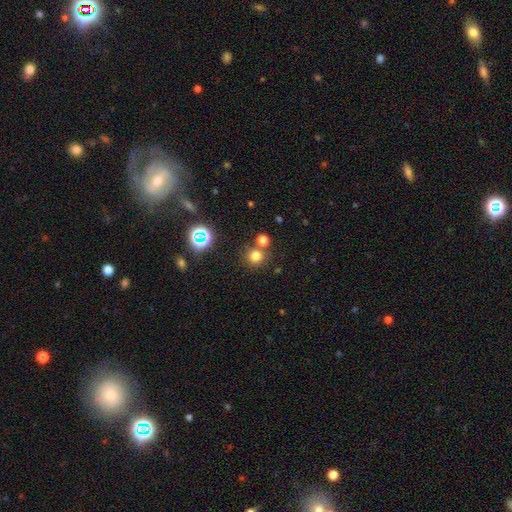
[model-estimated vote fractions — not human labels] Smooth or featured?
  - smooth: 73% *
  - star or artifact: 21%
  - featured or disk: 6%
How rounded?
  - round: 92% *
  - in between: 7%
  - cigar-shaped: 1%
Merging?
  - none: 73% *
  - merger: 16%
  - minor disturbance: 8%
  - major disturbance: 3%